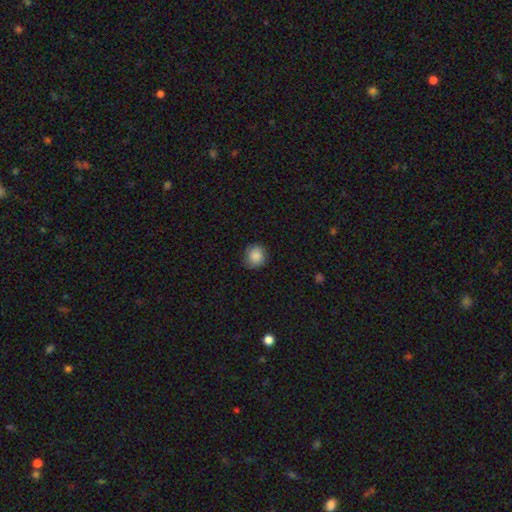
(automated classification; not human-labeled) Overall: smooth (86%). How rounded: round (88%). Merging: none (81%).